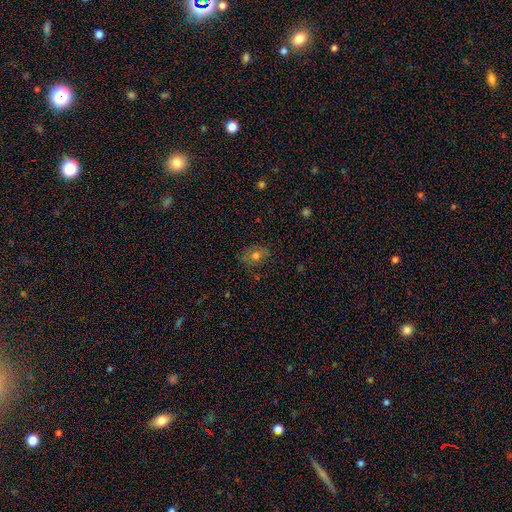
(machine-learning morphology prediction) This appears to be a smooth galaxy with no disk features (63%) that is in between round and cigar-shaped (53%). Merging: none (74%).